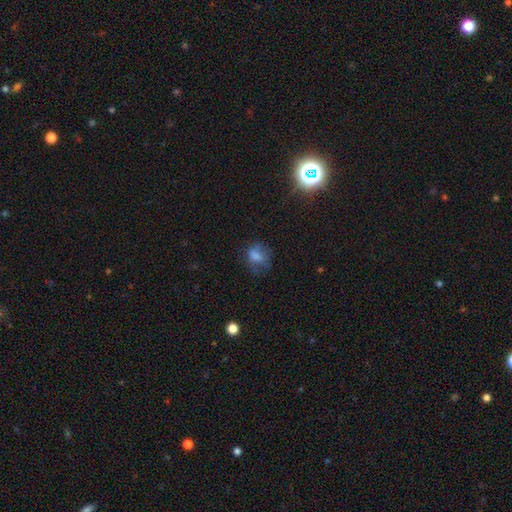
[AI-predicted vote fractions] This is likely a smooth galaxy (68%). How rounded: possibly round (50%). Merging: possibly none (54%).